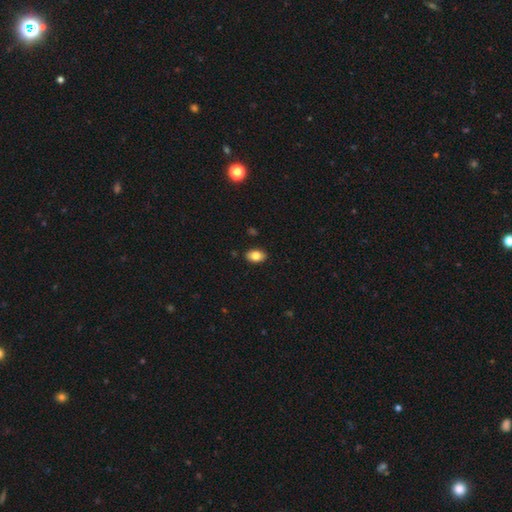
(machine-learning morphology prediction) Smooth or featured? smooth (83%)
How rounded? in between (87%)
Merging? none (88%)